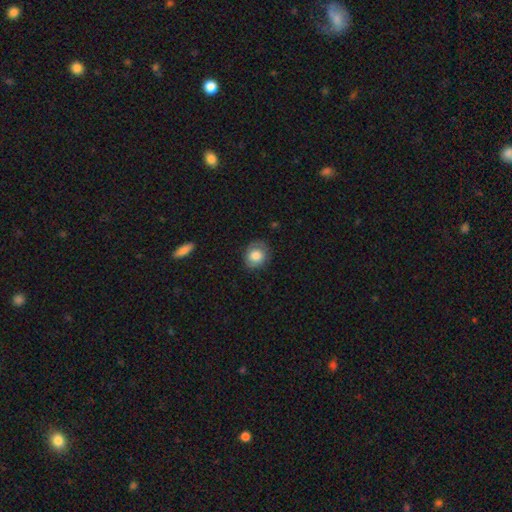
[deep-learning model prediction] Smooth or featured: smooth — 77% (featured or disk — 15%)
How rounded: round — 72% (in between — 27%)
Merging: none — 77% (minor disturbance — 17%)